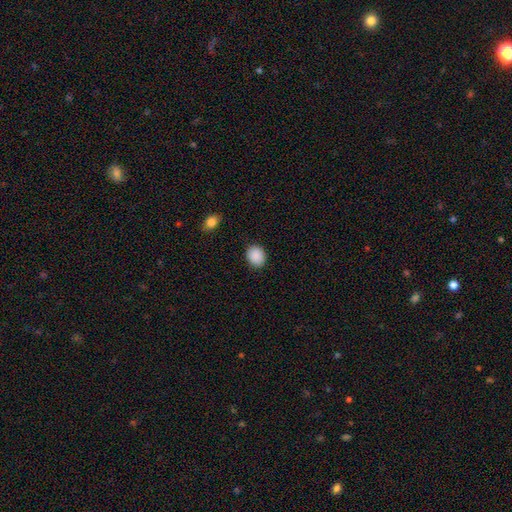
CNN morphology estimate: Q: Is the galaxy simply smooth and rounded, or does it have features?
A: smooth — 90%.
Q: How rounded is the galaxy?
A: round — 63%.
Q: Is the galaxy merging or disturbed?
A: none — 89%.